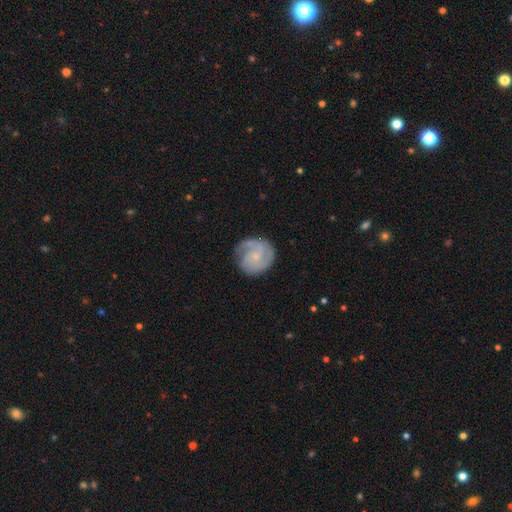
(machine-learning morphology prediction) smooth-or-featured: featured or disk: 74% | smooth: 20% | star or artifact: 6%
  disk-edge-on: no: 98% | yes: 2%
    bar: no: 71% | weak: 26% | strong: 4%
    has-spiral-arms: yes: 94% | no: 6%
      spiral-winding: tight: 51% | medium: 37% | loose: 12%
      spiral-arm-count: 2: 32% | 3: 29% | can't tell: 20% | 1: 11% | 4: 5% | more than 4: 4%
    bulge-size: small: 71% | moderate: 16% | none: 11% | large: 1% | dominant: 1%
  merging: none: 73% | minor disturbance: 18% | major disturbance: 8% | merger: 1%